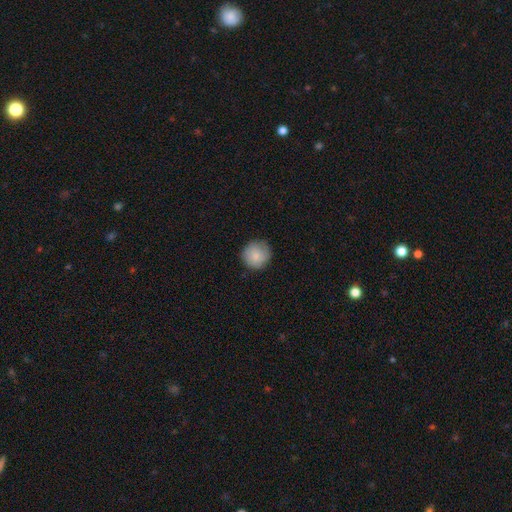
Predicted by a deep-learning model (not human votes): smooth_or_featured: smooth (p=0.85) [alt: featured or disk p=0.08]
how_rounded: round (p=0.93) [alt: in between p=0.06]
merging: none (p=0.84) [alt: minor disturbance p=0.13]